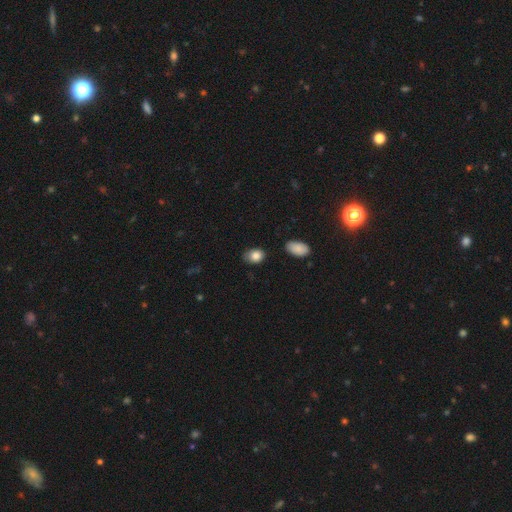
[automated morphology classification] Q: Smooth or featured?
A: smooth (85%); runner-up: star or artifact (8%)
Q: How rounded?
A: in between (71%); runner-up: round (28%)
Q: Merging?
A: none (73%); runner-up: minor disturbance (21%)